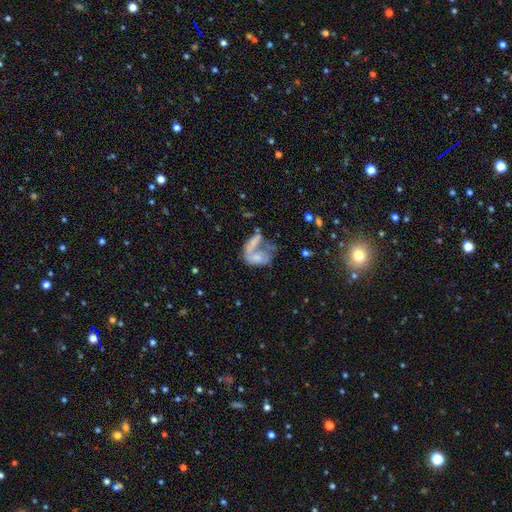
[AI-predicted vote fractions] Smooth or featured: smooth — 45% (tied with featured or disk — 45%)
Merging: merger — 51% (major disturbance — 25%)